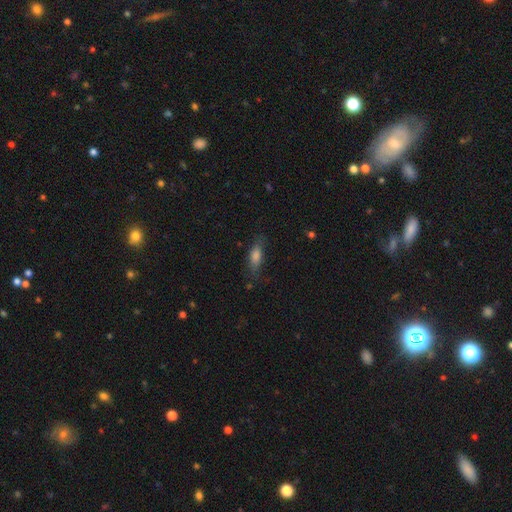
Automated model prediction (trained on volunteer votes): Smooth or featured?
  - smooth: 71% *
  - featured or disk: 18%
  - star or artifact: 11%
How rounded?
  - in between: 61% *
  - cigar-shaped: 36%
  - round: 3%
Merging?
  - none: 69% *
  - minor disturbance: 22%
  - major disturbance: 7%
  - merger: 2%